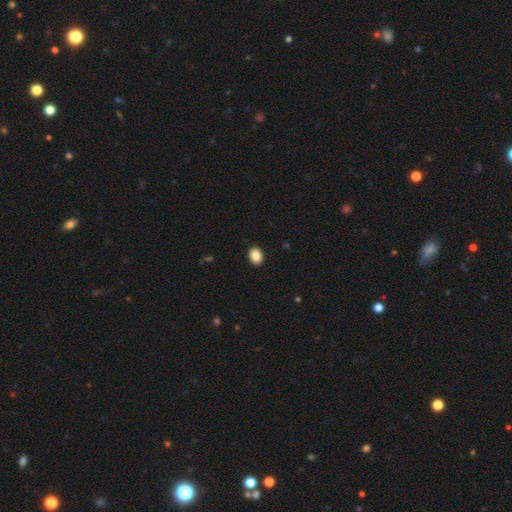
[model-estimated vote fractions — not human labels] smooth_or_featured: smooth (p=0.89) [alt: star or artifact p=0.08]
how_rounded: in between (p=0.70) [alt: round p=0.29]
merging: none (p=0.91) [alt: minor disturbance p=0.07]